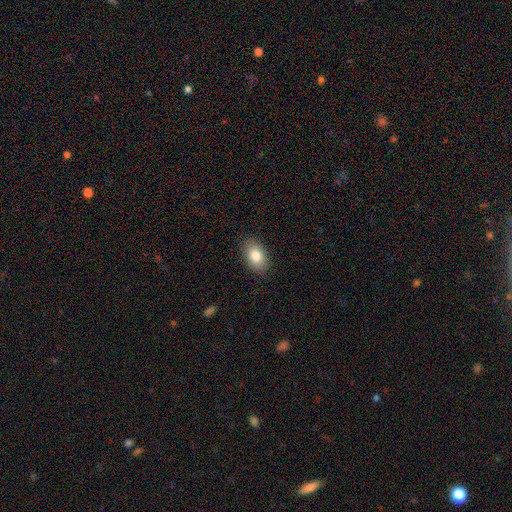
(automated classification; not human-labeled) Smooth or featured? smooth (84%)
How rounded? in between (89%)
Merging? none (86%)